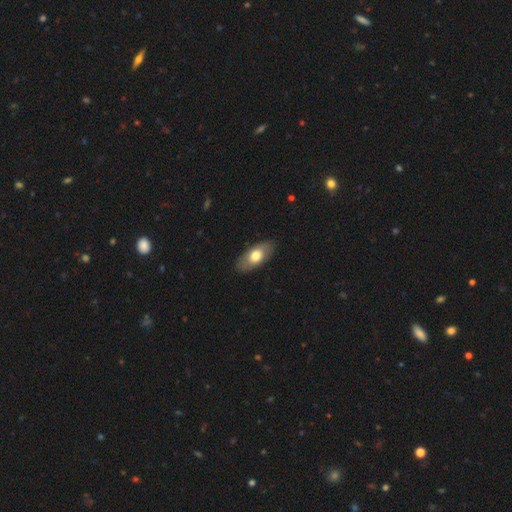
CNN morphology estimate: Q: Smooth or featured?
A: smooth (69%); runner-up: featured or disk (26%)
Q: How rounded?
A: in between (89%); runner-up: cigar-shaped (7%)
Q: Merging?
A: none (87%); runner-up: minor disturbance (10%)